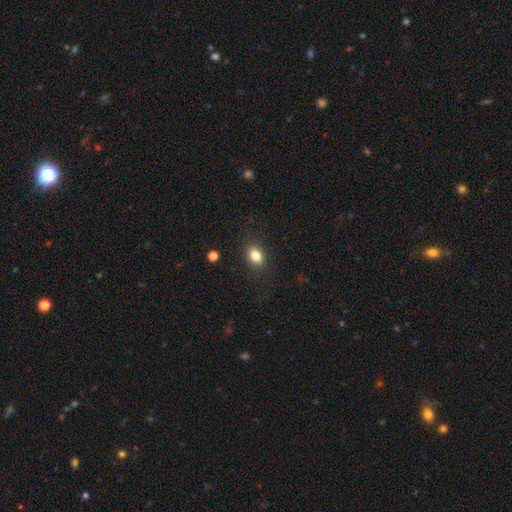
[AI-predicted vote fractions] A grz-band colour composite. It shows a smooth galaxy with no disk features (83%) that is in between round and cigar-shaped (71%). Merging: none (85%).